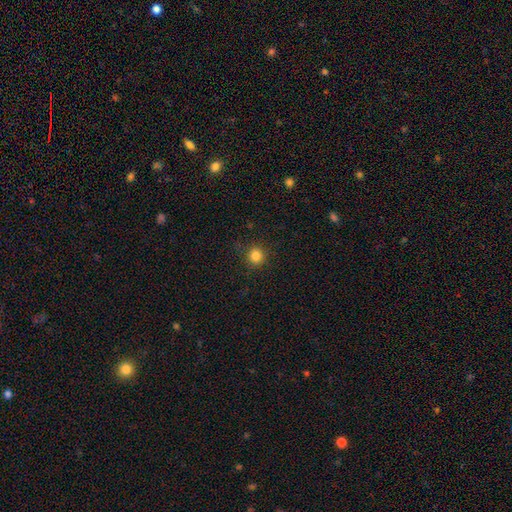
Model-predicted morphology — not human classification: Smooth or featured? Predicted: smooth (p=0.83). How rounded? Predicted: round (p=0.92). Merging? Predicted: none (p=0.89).